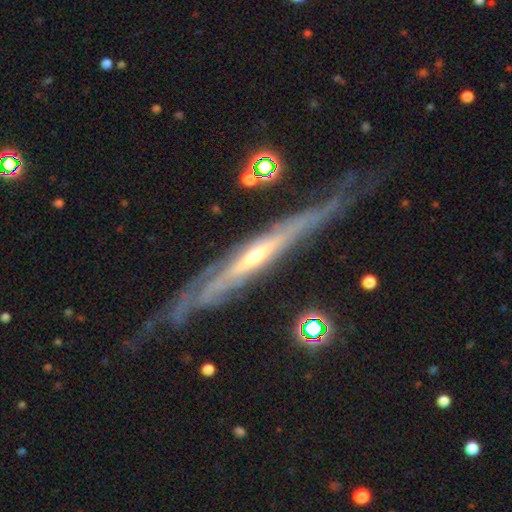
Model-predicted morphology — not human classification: This appears to be a featured or disk galaxy (87%) viewed edge-on (67%) with a rounded central bulge (53%). Merging: none (68%).